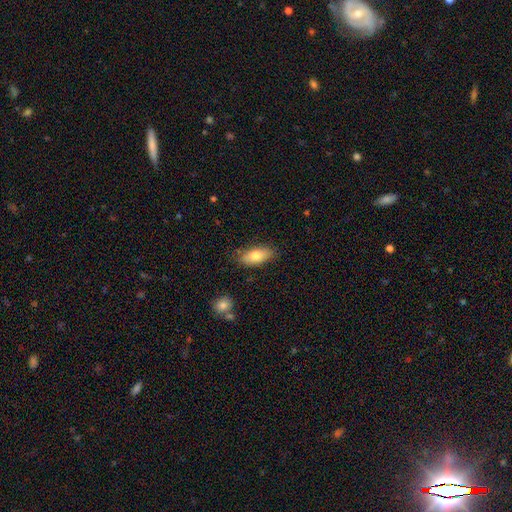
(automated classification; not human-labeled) smooth 77%, featured or disk 16%, star or artifact 7%. Down the decision tree: how rounded — in between (86%); merging — none (82%).